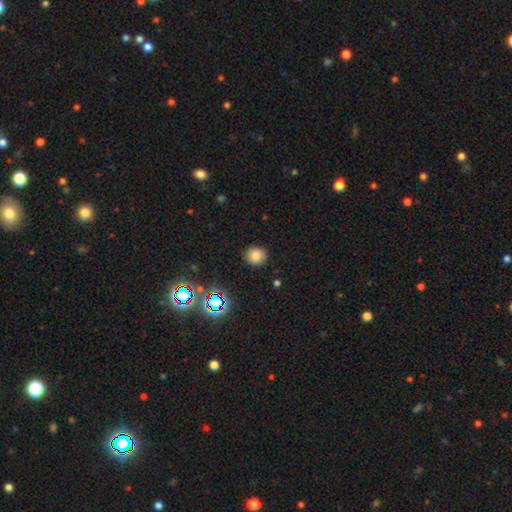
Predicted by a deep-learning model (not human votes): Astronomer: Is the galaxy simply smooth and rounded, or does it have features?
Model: smooth — 79%.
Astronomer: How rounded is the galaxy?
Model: round — 86%.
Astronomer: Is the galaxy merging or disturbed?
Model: none — 89%.